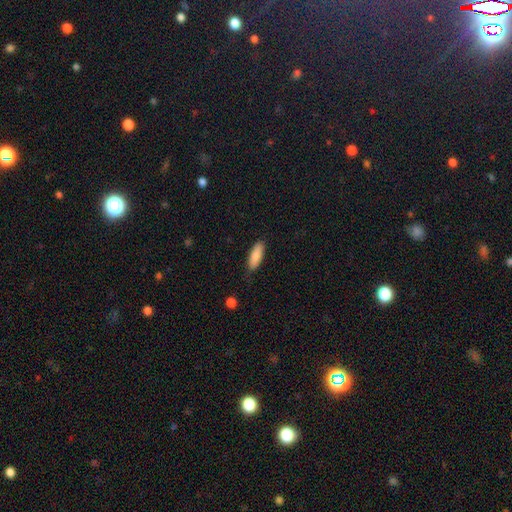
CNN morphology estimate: Smooth or featured? Predicted: smooth (p=0.85). How rounded? Predicted: in between (p=0.62). Merging? Predicted: none (p=0.84).